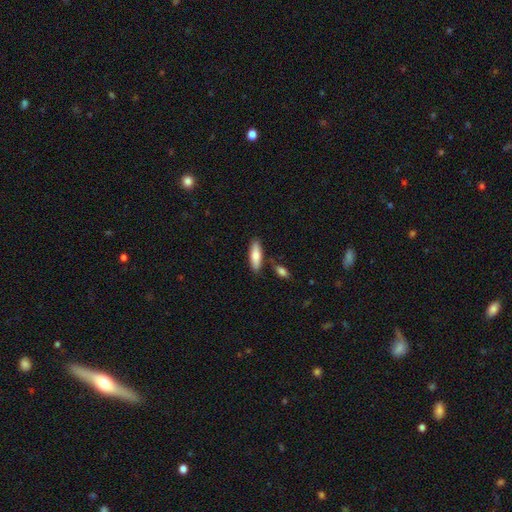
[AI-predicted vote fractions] Morphology: type=smooth (78%); roundness=in between (53%); merging=none (81%).